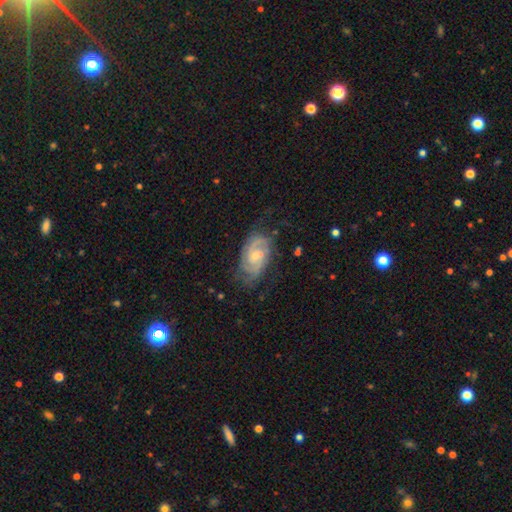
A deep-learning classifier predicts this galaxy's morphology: A featured or disk galaxy (83%) with no bar (52%), 2 (68%) tight (53%) spiral arms (96%) and a small central bulge (56%).

Vote fractions:
- Smooth or featured? featured or disk: 83% / smooth: 11% / star or artifact: 6%
- Edge-on disk? no: 97% / yes: 3%
- Bar? no: 52% / weak: 41% / strong: 7%
- Spiral arms? yes: 96% / no: 4%
- Spiral winding? tight: 53% / medium: 39% / loose: 8%
- Spiral arm count? 2: 68% / can't tell: 14% / 3: 11% / 4: 3% / 1: 3% / more than 4: 2%
- Bulge size? small: 56% / moderate: 34% / none: 7% / large: 2% / dominant: 1%
- Merging? none: 71% / minor disturbance: 21% / major disturbance: 7% / merger: 2%